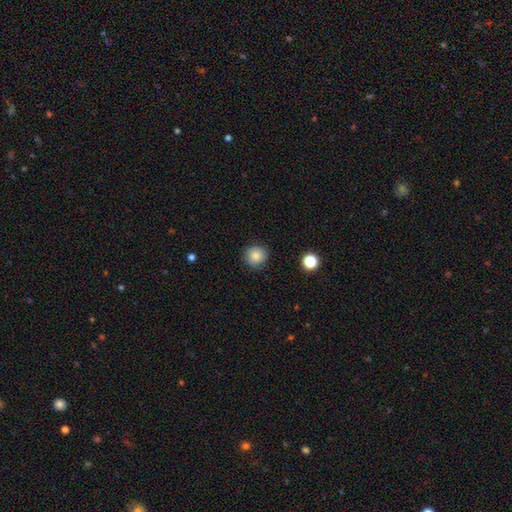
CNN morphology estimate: smooth 83%, star or artifact 10%, featured or disk 7%. Down the decision tree: how rounded — round (90%); merging — none (84%).